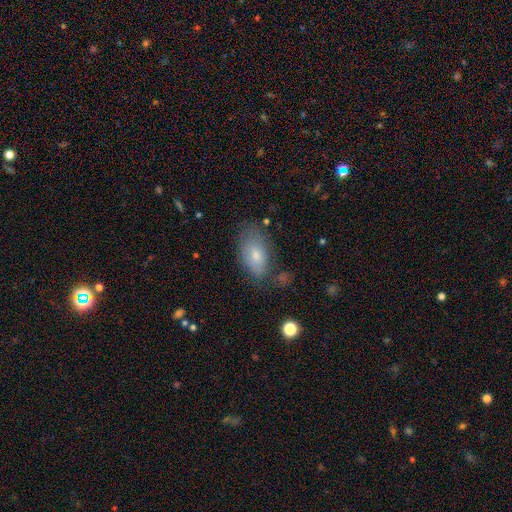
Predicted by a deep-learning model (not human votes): Smooth or featured: smooth — 75% (featured or disk — 18%)
How rounded: in between — 92% (round — 5%)
Merging: none — 62% (minor disturbance — 25%)